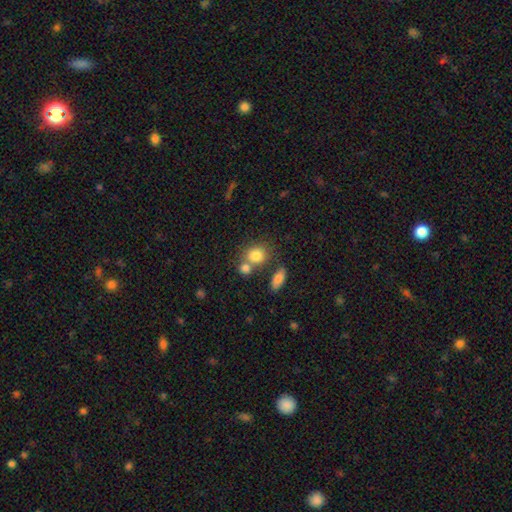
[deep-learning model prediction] The model was most divided on "merging": none: 50%, merger: 35%, minor disturbance: 11%, major disturbance: 4%. More confident: smooth or featured — smooth (81%); how rounded — round (63%).